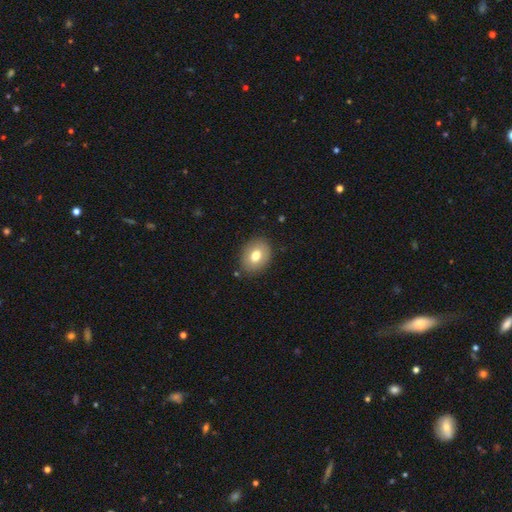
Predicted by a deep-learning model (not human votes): A smooth galaxy with no disk features (73%) that is in between round and cigar-shaped (64%).

Vote fractions:
- Smooth or featured? smooth: 73% / featured or disk: 19% / star or artifact: 8%
- How rounded? in between: 64% / round: 35% / cigar-shaped: 1%
- Merging? none: 84% / minor disturbance: 11% / major disturbance: 3% / merger: 2%